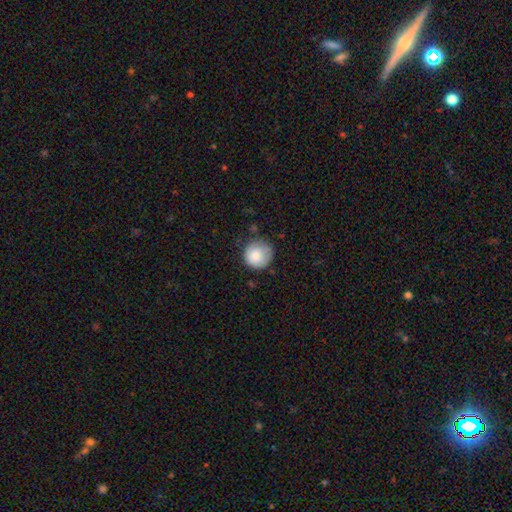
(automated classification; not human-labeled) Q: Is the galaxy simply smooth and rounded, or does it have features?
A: smooth — 83%.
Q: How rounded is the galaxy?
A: round — 93%.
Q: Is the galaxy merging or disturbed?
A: none — 71%.